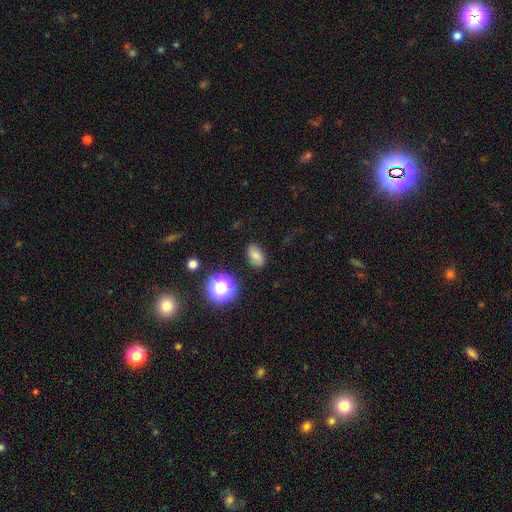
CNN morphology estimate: Smooth or featured? Predicted: smooth (p=0.70). How rounded? Predicted: in between (p=0.84). Merging? Predicted: none (p=0.83).